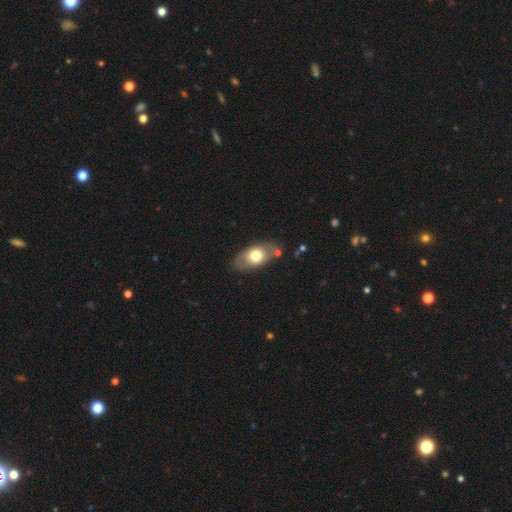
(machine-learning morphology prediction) Overall: smooth (63%; featured or disk 31%). How rounded: in between (87%). Merging: none (74%).